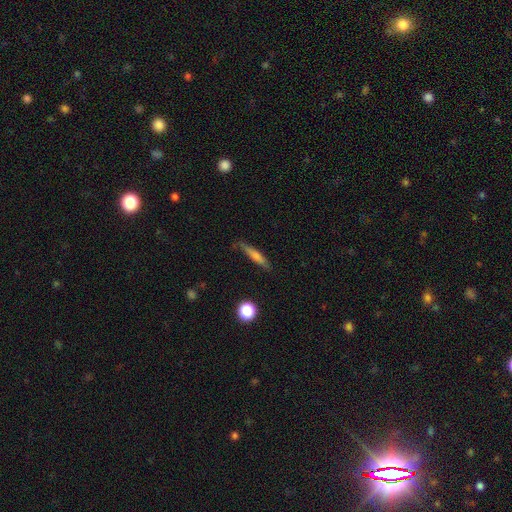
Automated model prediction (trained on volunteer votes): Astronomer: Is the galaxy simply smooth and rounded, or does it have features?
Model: smooth — 57% (runner-up: featured or disk, 34%).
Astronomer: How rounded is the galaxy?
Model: cigar-shaped — 88%.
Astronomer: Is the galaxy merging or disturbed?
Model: none — 77%.